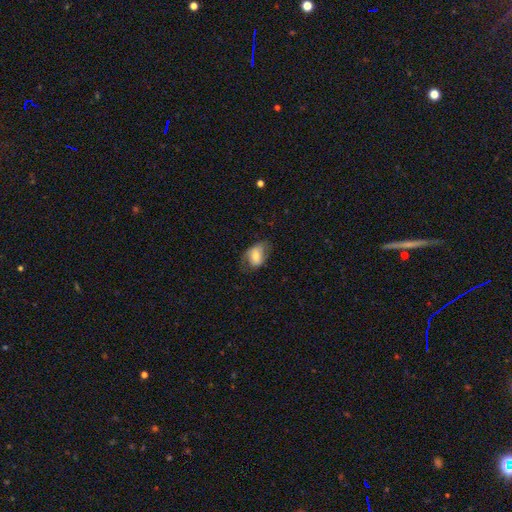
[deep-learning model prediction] smooth_or_featured: smooth (p=0.63) [alt: featured or disk p=0.29]
how_rounded: in between (p=0.81) [alt: round p=0.17]
merging: none (p=0.59) [alt: minor disturbance p=0.27]